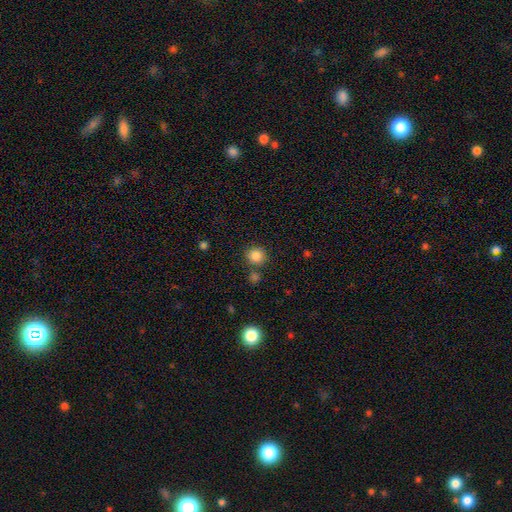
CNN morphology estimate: This is clearly a smooth galaxy (85%). How rounded: clearly round (92%). Merging: likely none (78%).